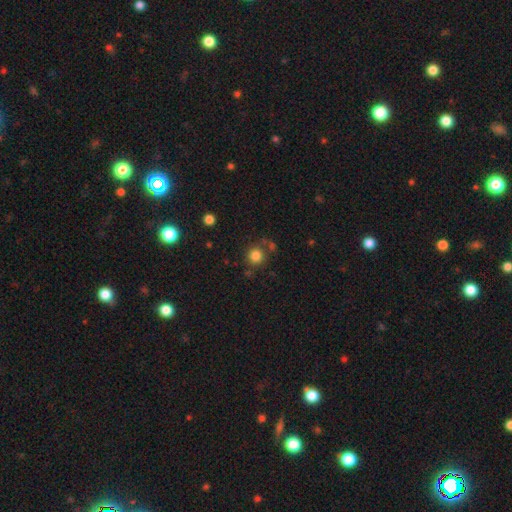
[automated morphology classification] Smooth or featured: smooth — 81% (star or artifact — 13%)
How rounded: round — 92% (in between — 7%)
Merging: none — 73% (minor disturbance — 11%)